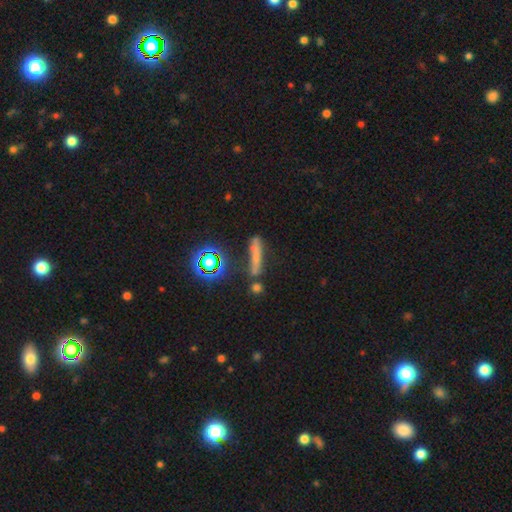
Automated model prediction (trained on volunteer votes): smooth 51%, star or artifact 28%, featured or disk 21%. Down the decision tree: how rounded — cigar-shaped (80%); merging — none (61%).